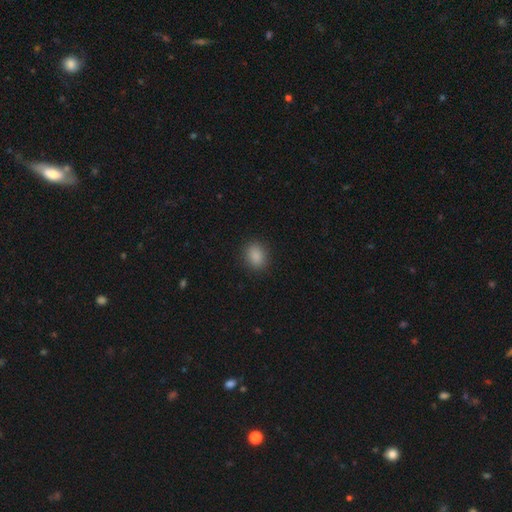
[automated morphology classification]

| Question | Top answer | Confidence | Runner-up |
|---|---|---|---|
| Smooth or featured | smooth | 88% | star or artifact (9%) |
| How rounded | in between | 56% | round (43%) |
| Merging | none | 89% | minor disturbance (8%) |